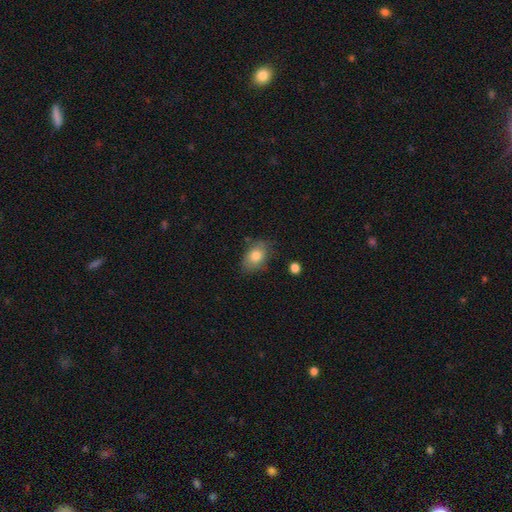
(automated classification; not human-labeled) A smooth galaxy with no disk features (79%) that is in between round and cigar-shaped (83%).

Vote fractions:
- Smooth or featured? smooth: 79% / featured or disk: 13% / star or artifact: 8%
- How rounded? in between: 83% / round: 16% / cigar-shaped: 1%
- Merging? none: 71% / minor disturbance: 22% / major disturbance: 5% / merger: 3%